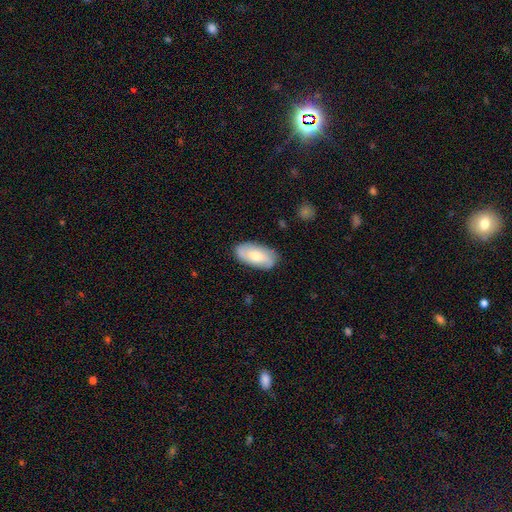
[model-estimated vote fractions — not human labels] This appears to be a smooth galaxy with no disk features (62%) that is in between round and cigar-shaped (93%). Merging: none (83%).